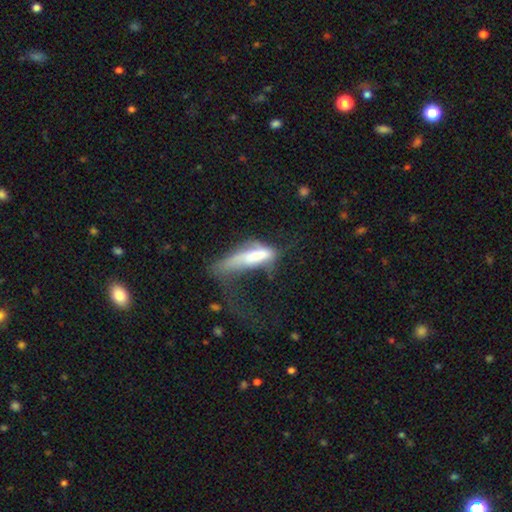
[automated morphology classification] A smooth galaxy with no disk features (57%) that is cigar-shaped (54%). Merging: major disturbance (58%).